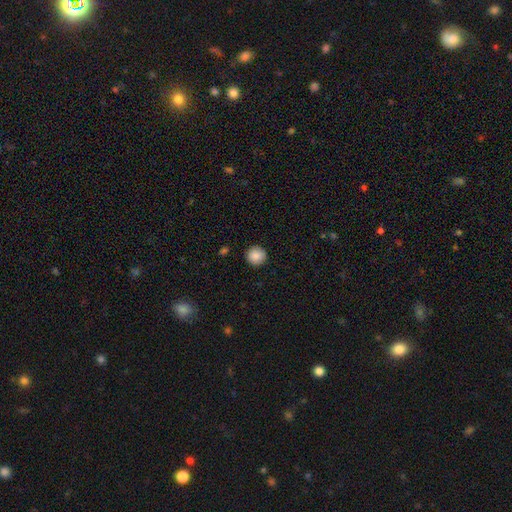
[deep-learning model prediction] smooth-or-featured: smooth: 89% | star or artifact: 8% | featured or disk: 3%
  how-rounded: round: 95% | in between: 4% | cigar-shaped: 1%
  merging: none: 91% | minor disturbance: 6% | major disturbance: 2% | merger: 1%